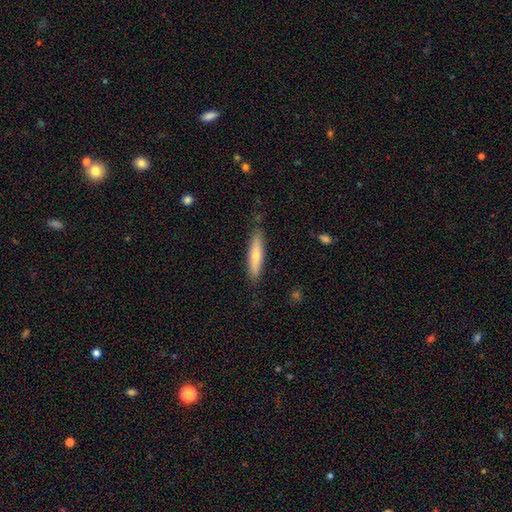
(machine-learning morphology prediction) Q: Smooth or featured?
A: smooth (64%); runner-up: featured or disk (31%)
Q: How rounded?
A: cigar-shaped (81%); runner-up: in between (17%)
Q: Merging?
A: none (84%); runner-up: minor disturbance (12%)